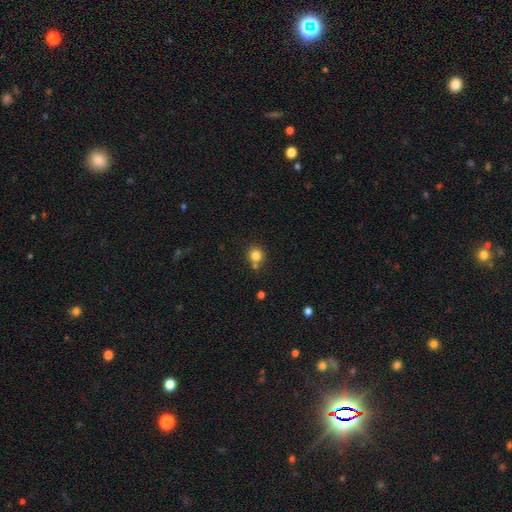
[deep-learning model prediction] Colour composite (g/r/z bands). It shows a smooth galaxy with no disk features (82%) that is round (90%). Merging: none (68%).